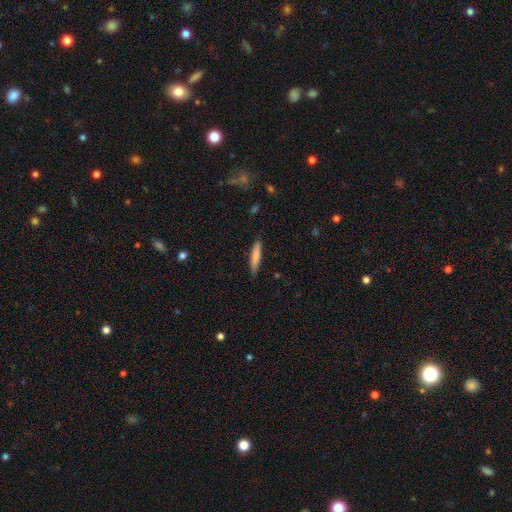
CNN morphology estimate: Smooth or featured: smooth — 80% (featured or disk — 15%)
How rounded: cigar-shaped — 90% (in between — 9%)
Merging: none — 86% (minor disturbance — 10%)